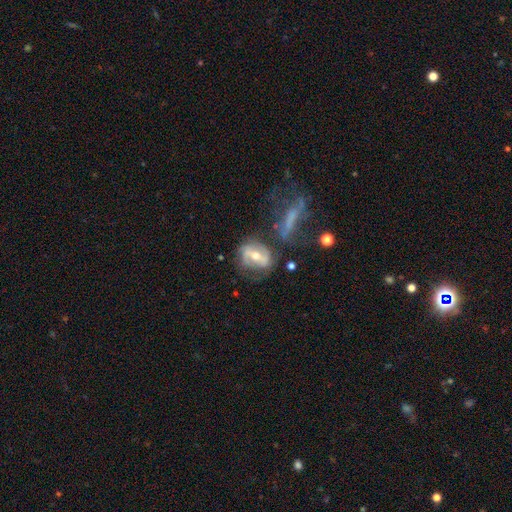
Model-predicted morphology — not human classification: Smooth or featured?
  - featured or disk: 69% *
  - smooth: 23%
  - star or artifact: 8%
Edge-on disk?
  - no: 92% *
  - yes: 8%
Bar?
  - strong: 53% *
  - weak: 29%
  - no: 18%
Spiral arms?
  - yes: 69% *
  - no: 31%
Bulge size?
  - moderate: 65% *
  - small: 28%
  - large: 4%
  - none: 1%
  - dominant: 1%
Merging?
  - none: 56% *
  - minor disturbance: 21%
  - major disturbance: 15%
  - merger: 8%